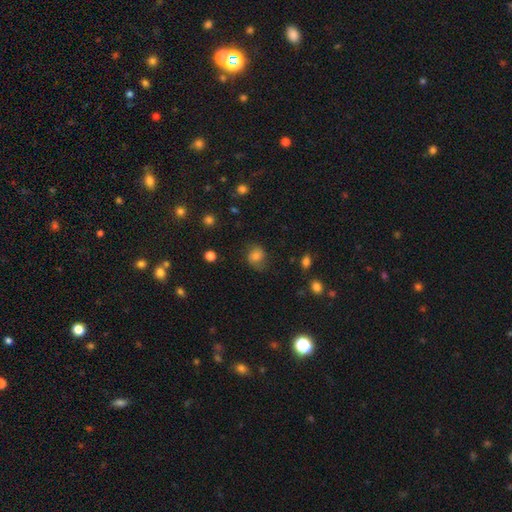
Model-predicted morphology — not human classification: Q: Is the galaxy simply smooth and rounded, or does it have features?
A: smooth — 71%.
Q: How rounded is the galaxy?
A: round — 64%.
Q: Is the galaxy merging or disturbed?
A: none — 66%.